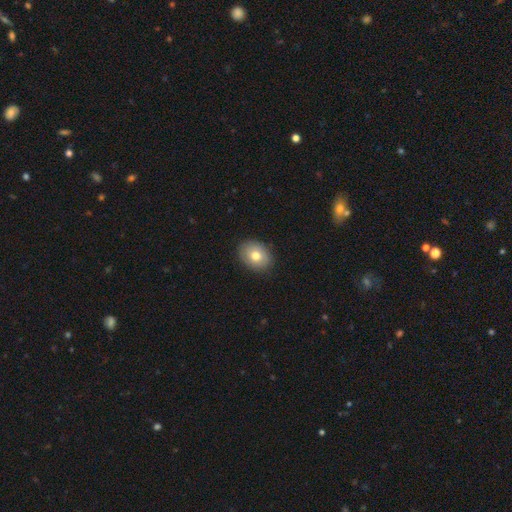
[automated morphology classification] This appears to be a smooth galaxy with no disk features (73%) that is in between round and cigar-shaped (59%). Merging: none (87%).